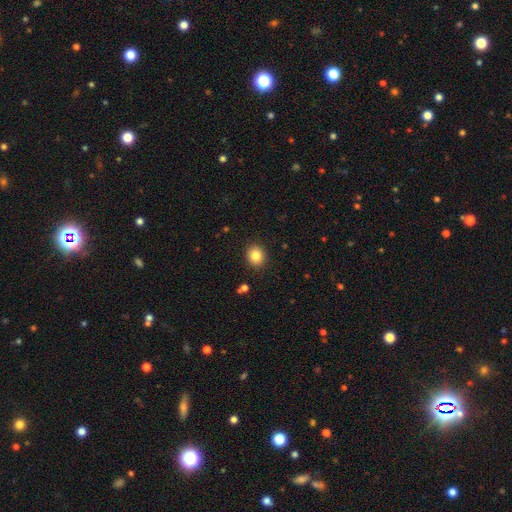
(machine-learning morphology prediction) This is clearly a smooth galaxy (84%). How rounded: likely round (74%). Merging: clearly none (90%).